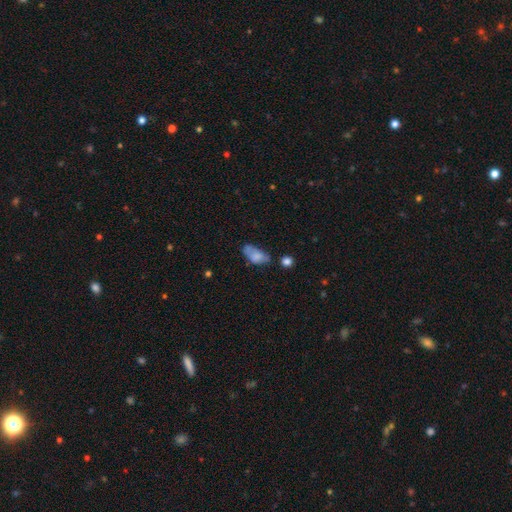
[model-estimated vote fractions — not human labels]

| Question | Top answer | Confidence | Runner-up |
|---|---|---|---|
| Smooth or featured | smooth | 71% | featured or disk (20%) |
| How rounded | in between | 89% | cigar-shaped (6%) |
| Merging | none | 40% | minor disturbance (31%) |